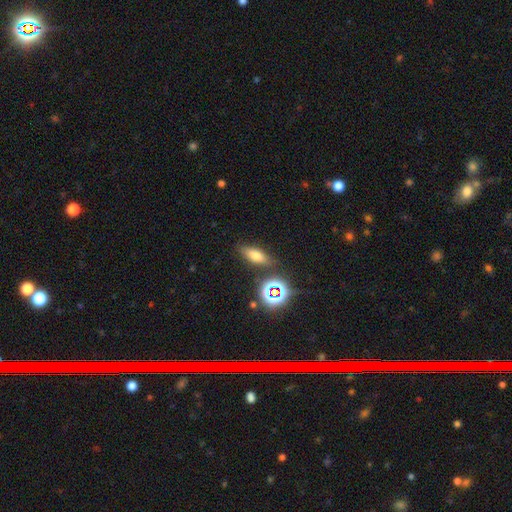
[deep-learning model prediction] A smooth galaxy with no disk features (64%) that is in between round and cigar-shaped (61%). Merging: none (80%).